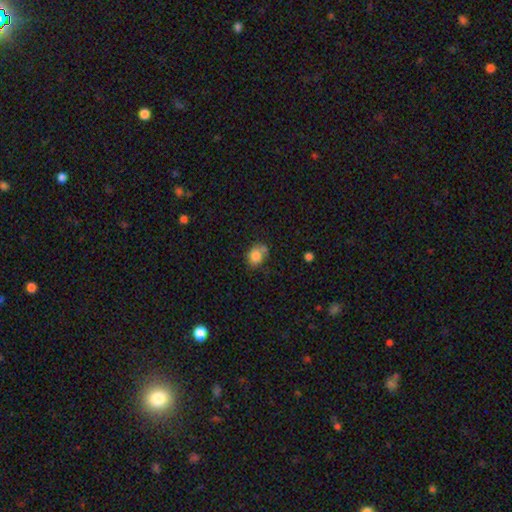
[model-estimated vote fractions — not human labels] Smooth or featured?
  - smooth: 81% *
  - star or artifact: 10%
  - featured or disk: 9%
How rounded?
  - in between: 58% *
  - round: 41%
  - cigar-shaped: 1%
Merging?
  - none: 52% *
  - minor disturbance: 28%
  - merger: 11%
  - major disturbance: 9%